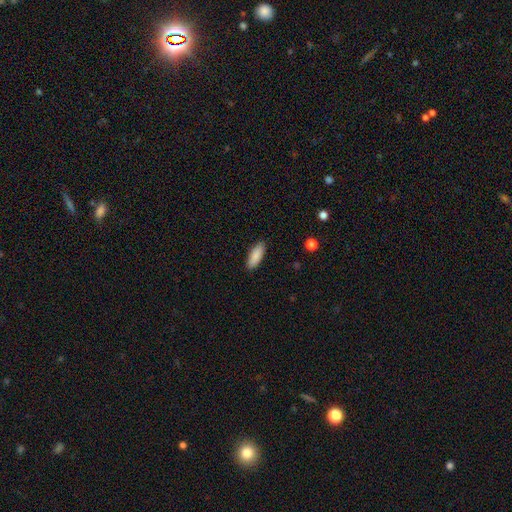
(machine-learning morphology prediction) Overall: smooth (89%). How rounded: in between (71%). Merging: none (88%).